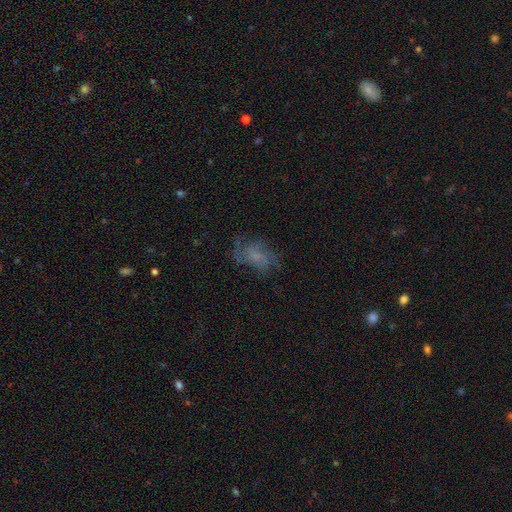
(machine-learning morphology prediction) Smooth or featured? Predicted: featured or disk (p=0.50). Edge-on disk? Predicted: no (p=0.96). Merging? Predicted: none (p=0.55).